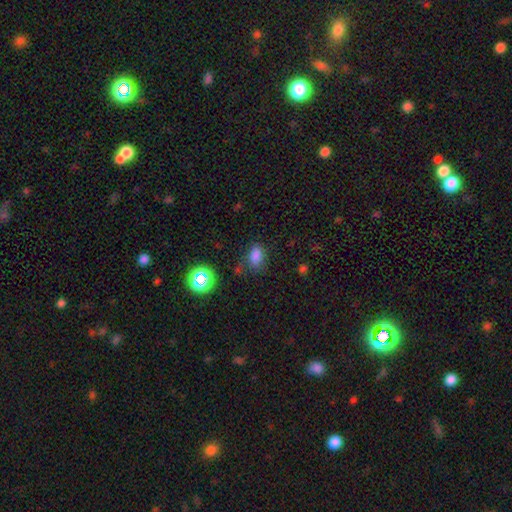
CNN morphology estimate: Smooth or featured? smooth (76%)
How rounded? in between (81%)
Merging? none (65%)